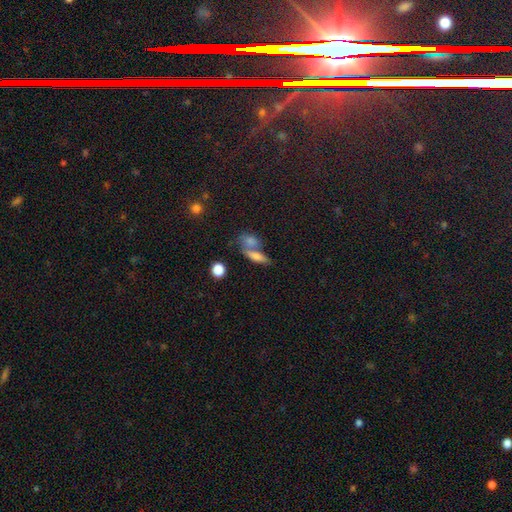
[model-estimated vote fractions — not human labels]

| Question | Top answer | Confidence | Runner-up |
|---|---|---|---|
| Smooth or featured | smooth | 68% | featured or disk (21%) |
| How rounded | in between | 55% | cigar-shaped (35%) |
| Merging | merger | 48% | none (36%) |